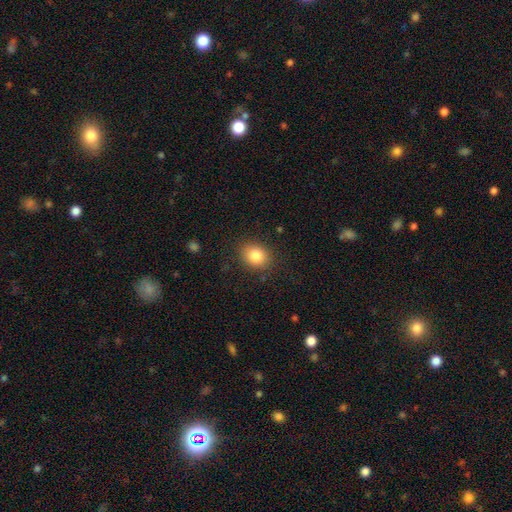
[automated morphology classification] Overall: smooth (84%). How rounded: round (60%; in between 40%). Merging: none (86%).